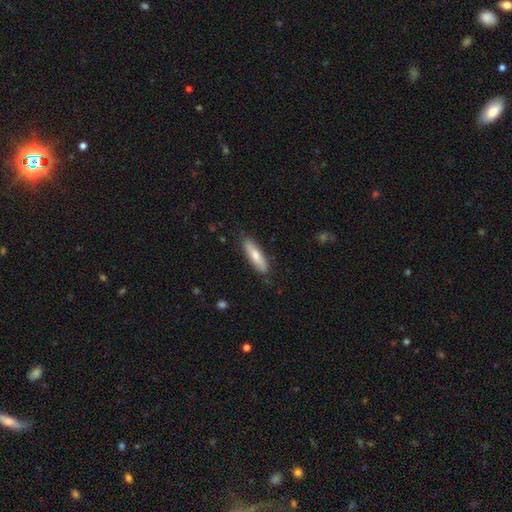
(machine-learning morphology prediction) A smooth galaxy with no disk features (71%) that is cigar-shaped (67%). Merging: none (85%).